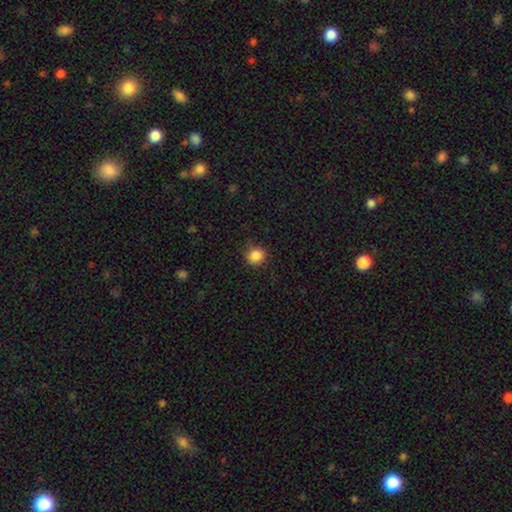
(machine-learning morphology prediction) This appears to be a smooth galaxy with no disk features (86%) that is round (88%). Merging: none (84%).